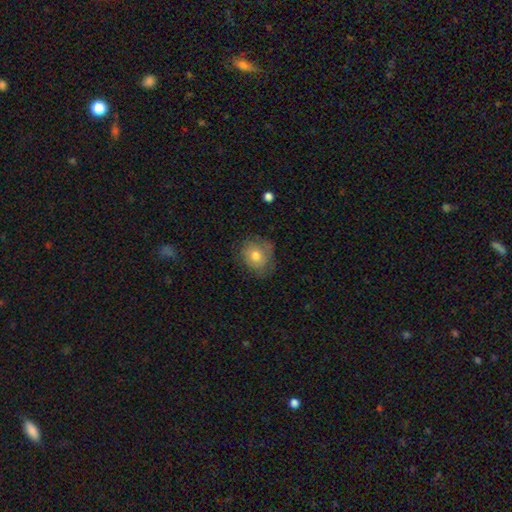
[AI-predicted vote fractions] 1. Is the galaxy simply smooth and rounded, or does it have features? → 75% smooth, 16% featured or disk, 9% star or artifact.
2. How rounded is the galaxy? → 70% round, 29% in between, 1% cigar-shaped.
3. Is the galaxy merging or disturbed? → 70% none, 22% minor disturbance, 6% major disturbance, 1% merger.